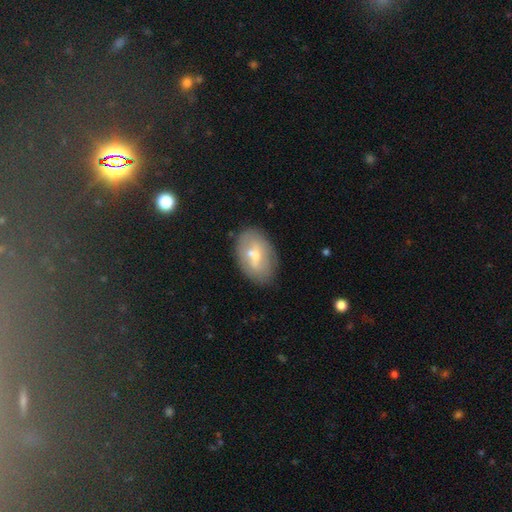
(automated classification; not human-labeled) Overall: smooth (50%; featured or disk 42%). How rounded: in between (89%). Merging: none (69%).